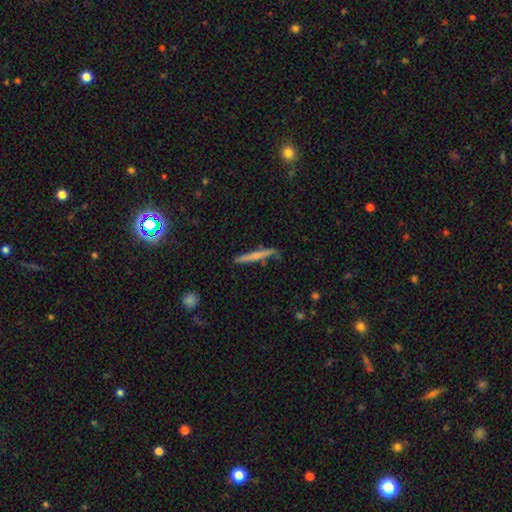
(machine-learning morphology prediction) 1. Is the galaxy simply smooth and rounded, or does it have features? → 52% smooth, 41% featured or disk, 7% star or artifact.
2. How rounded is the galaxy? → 95% cigar-shaped, 3% in between, 2% round.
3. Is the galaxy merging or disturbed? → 75% none, 18% minor disturbance, 4% major disturbance, 3% merger.